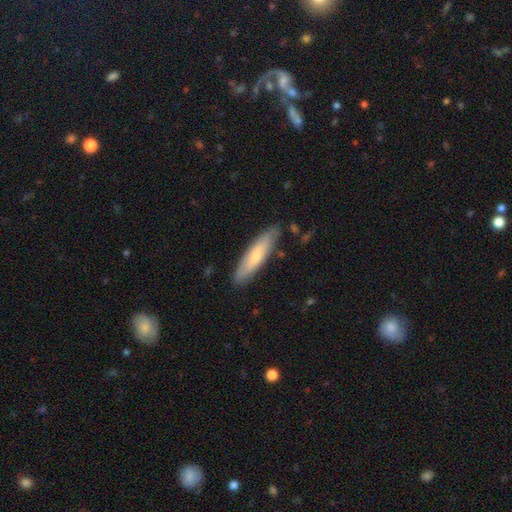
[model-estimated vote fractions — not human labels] This is likely a smooth galaxy (69%). How rounded: likely cigar-shaped (76%). Merging: clearly none (84%).